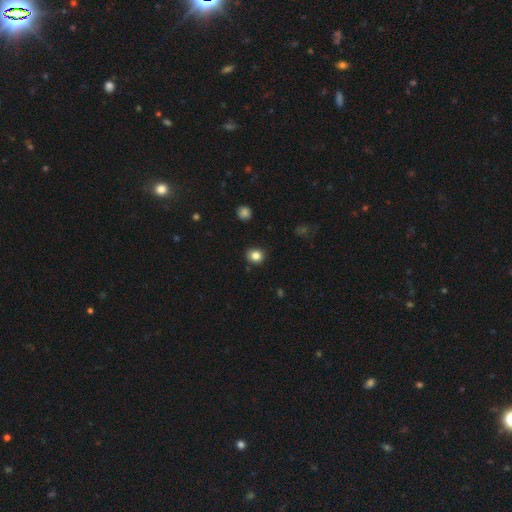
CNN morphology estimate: smooth 84%, star or artifact 11%, featured or disk 5%. Down the decision tree: how rounded — round (79%); merging — none (89%).